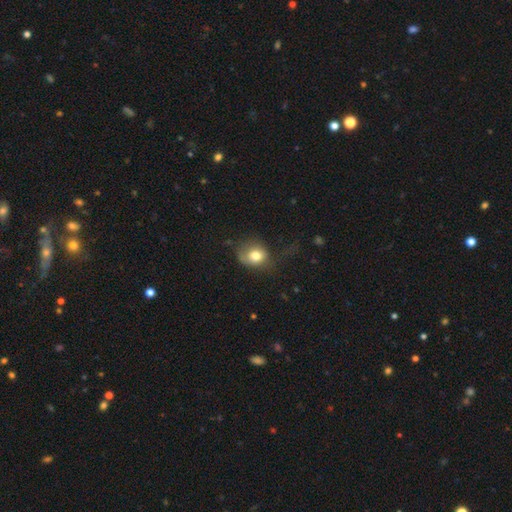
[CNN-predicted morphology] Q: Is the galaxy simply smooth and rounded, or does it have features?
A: smooth — 74%.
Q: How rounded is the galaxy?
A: round — 63%.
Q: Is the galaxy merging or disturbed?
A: none — 39%.